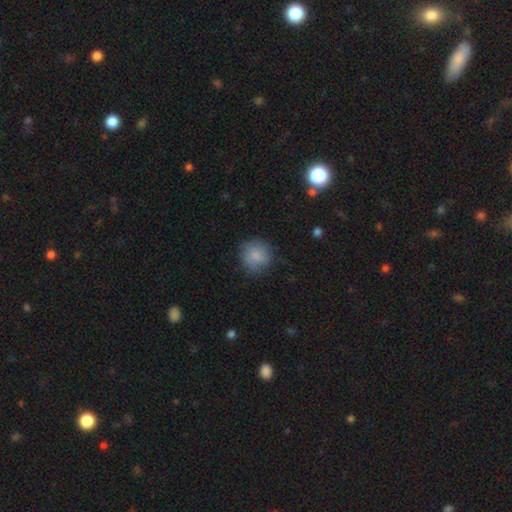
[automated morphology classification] Smooth or featured?
  - smooth: 81% *
  - featured or disk: 11%
  - star or artifact: 8%
How rounded?
  - round: 89% *
  - in between: 10%
  - cigar-shaped: 1%
Merging?
  - none: 74% *
  - minor disturbance: 19%
  - major disturbance: 5%
  - merger: 1%